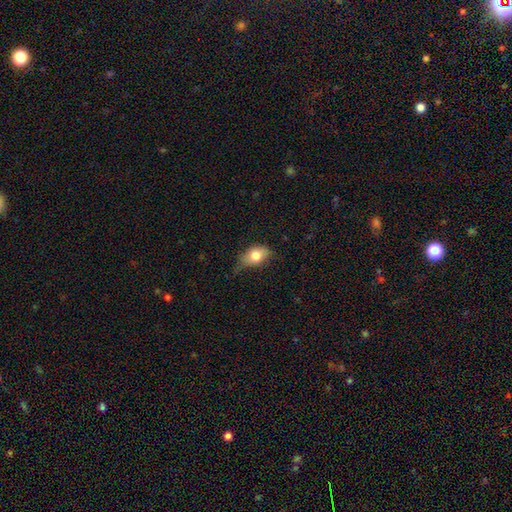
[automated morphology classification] A smooth galaxy with no disk features (78%) that is in between round and cigar-shaped (78%).

Vote fractions:
- Smooth or featured? smooth: 78% / featured or disk: 14% / star or artifact: 8%
- How rounded? in between: 78% / round: 19% / cigar-shaped: 2%
- Merging? none: 48% / minor disturbance: 38% / major disturbance: 12% / merger: 2%